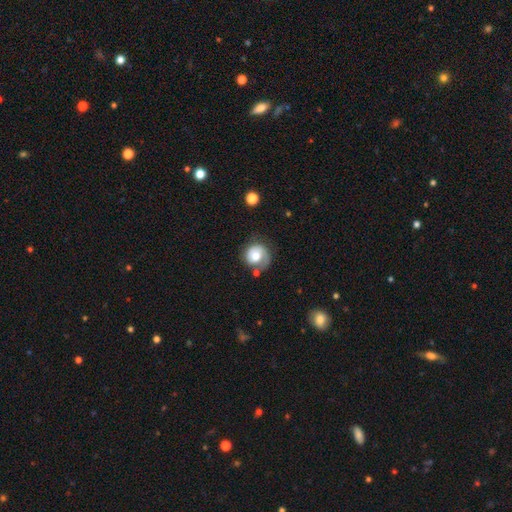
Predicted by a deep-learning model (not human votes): smooth 50%, featured or disk 42%, star or artifact 8%. Down the decision tree: how rounded — round (84%); merging — none (57%).